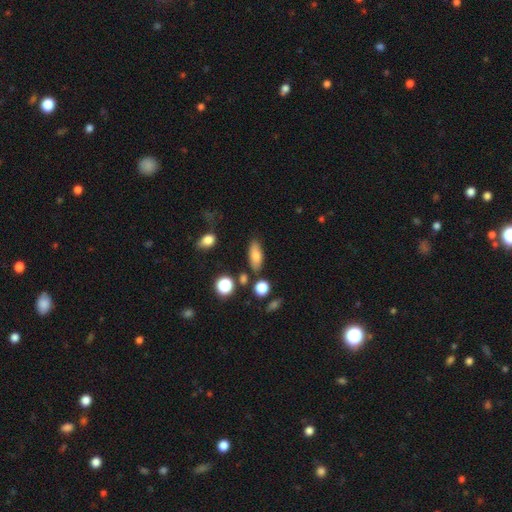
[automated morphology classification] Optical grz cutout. It shows a smooth galaxy with no disk features (78%) that is in between round and cigar-shaped (79%). Merging: none (79%).